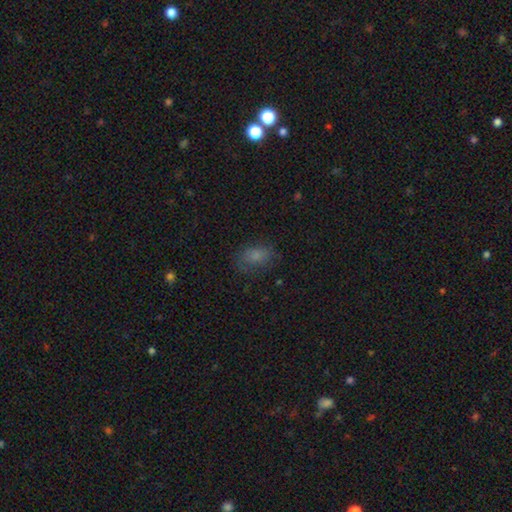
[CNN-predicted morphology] Overall: smooth (74%). How rounded: in between (84%). Merging: none (66%).